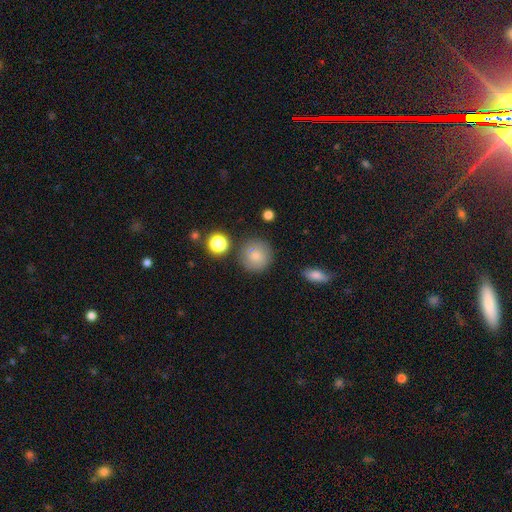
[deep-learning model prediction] This appears to be a smooth galaxy with no disk features (79%) that is round (94%). Merging: none (84%).